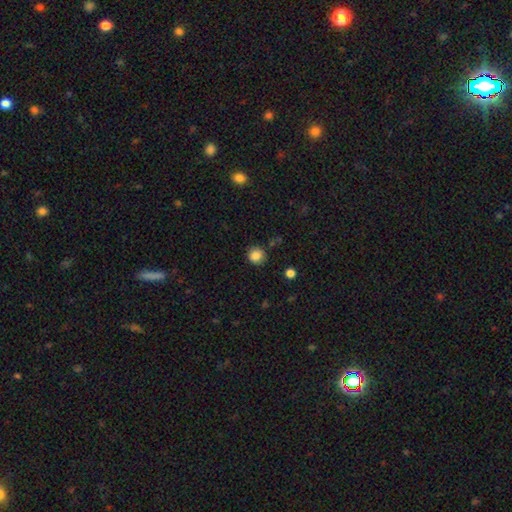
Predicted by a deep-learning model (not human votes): A smooth galaxy with no disk features (85%) that is round (90%).

Vote fractions:
- Smooth or featured? smooth: 85% / star or artifact: 11% / featured or disk: 5%
- How rounded? round: 90% / in between: 9% / cigar-shaped: 1%
- Merging? none: 86% / minor disturbance: 10% / major disturbance: 2% / merger: 2%